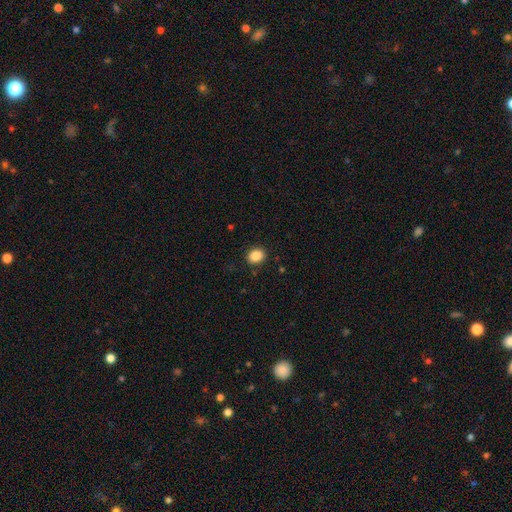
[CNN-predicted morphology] Q: Smooth or featured?
A: smooth (88%); runner-up: star or artifact (9%)
Q: How rounded?
A: round (51%); runner-up: in between (48%)
Q: Merging?
A: none (89%); runner-up: minor disturbance (8%)